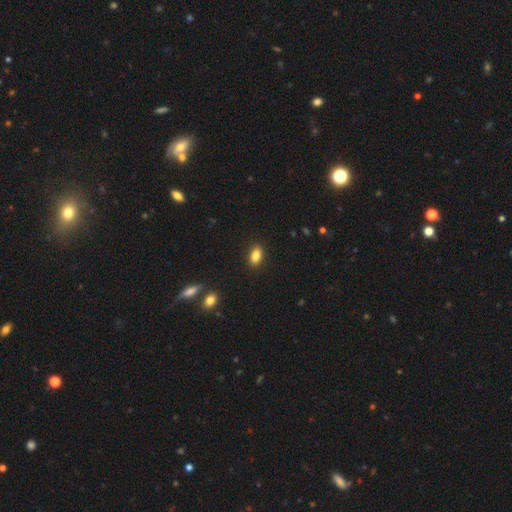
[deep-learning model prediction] A smooth galaxy with no disk features (86%) that is in between round and cigar-shaped (88%).

Vote fractions:
- Smooth or featured? smooth: 86% / star or artifact: 9% / featured or disk: 6%
- How rounded? in between: 88% / round: 8% / cigar-shaped: 4%
- Merging? none: 88% / minor disturbance: 8% / major disturbance: 2% / merger: 1%